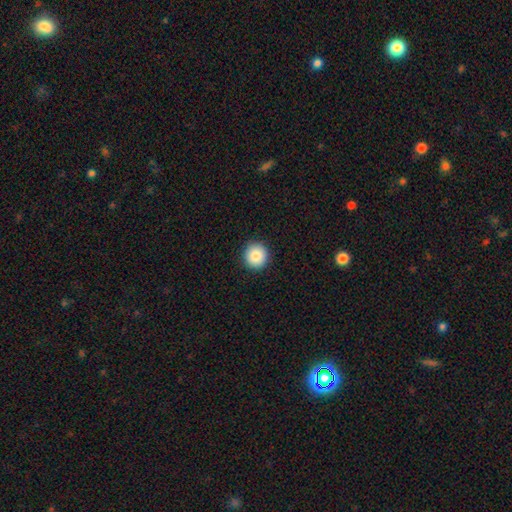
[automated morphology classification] smooth 85%, star or artifact 9%, featured or disk 6%. Down the decision tree: how rounded — round (95%); merging — none (92%).